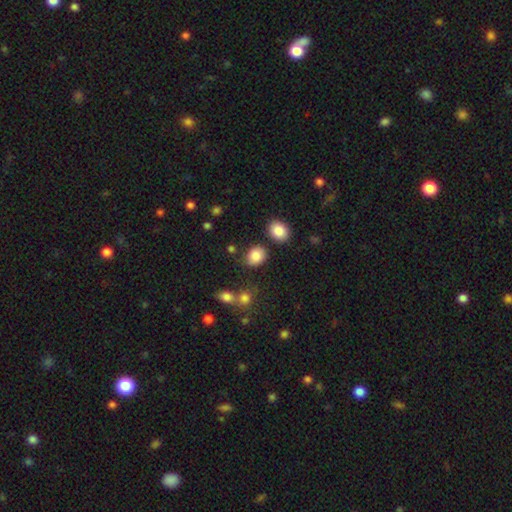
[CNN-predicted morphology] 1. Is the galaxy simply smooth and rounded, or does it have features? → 85% smooth, 10% star or artifact, 5% featured or disk.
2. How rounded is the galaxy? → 50% in between, 49% round, 1% cigar-shaped.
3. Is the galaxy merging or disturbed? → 73% none, 16% minor disturbance, 7% merger, 5% major disturbance.